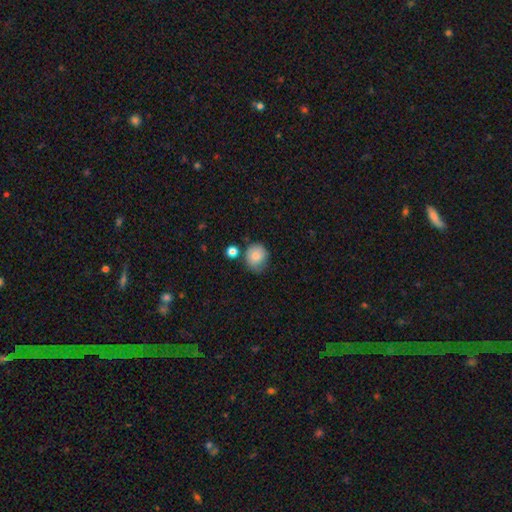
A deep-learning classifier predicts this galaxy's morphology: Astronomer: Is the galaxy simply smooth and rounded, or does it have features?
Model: smooth — 83%.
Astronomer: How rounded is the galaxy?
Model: round — 78%.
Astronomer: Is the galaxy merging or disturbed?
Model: none — 64%.